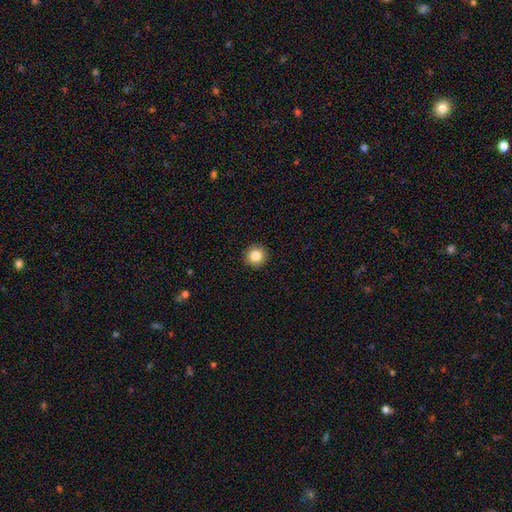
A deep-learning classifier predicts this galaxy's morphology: This appears to be a smooth galaxy with no disk features (84%) that is round (95%). Merging: none (93%).